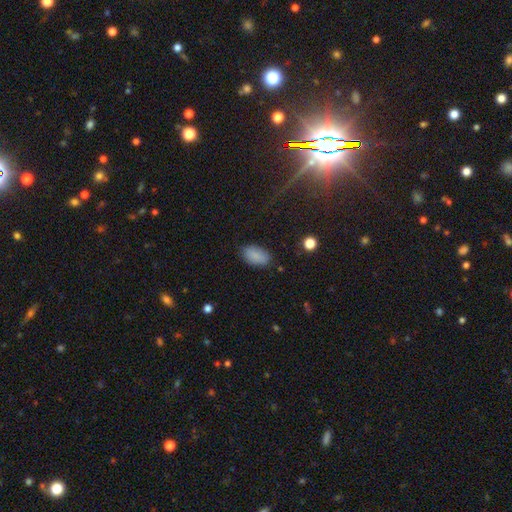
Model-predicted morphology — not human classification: The model was most divided on "merging": none: 82%, minor disturbance: 13%, major disturbance: 3%, merger: 1%. More confident: how rounded — in between (93%); smooth or featured — smooth (86%).